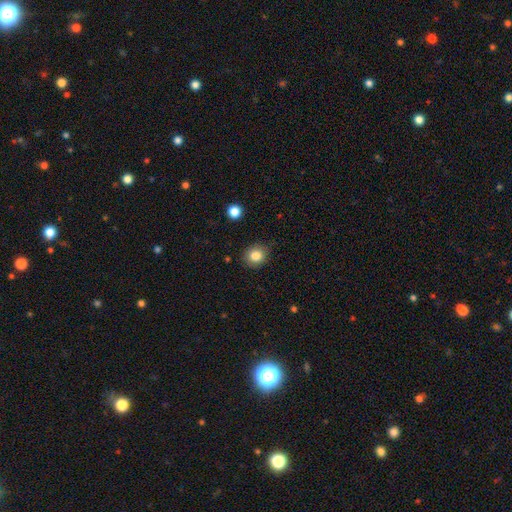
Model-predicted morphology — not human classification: smooth-or-featured: smooth: 84% | star or artifact: 10% | featured or disk: 6%
  how-rounded: round: 81% | in between: 18% | cigar-shaped: 1%
  merging: none: 85% | minor disturbance: 11% | major disturbance: 3% | merger: 1%